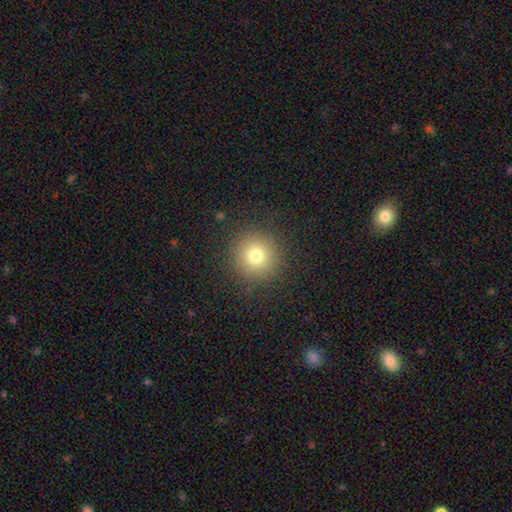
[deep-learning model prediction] smooth_or_featured: smooth (p=0.76) [alt: star or artifact p=0.14]
how_rounded: round (p=0.94) [alt: in between p=0.05]
merging: none (p=0.89) [alt: minor disturbance p=0.06]